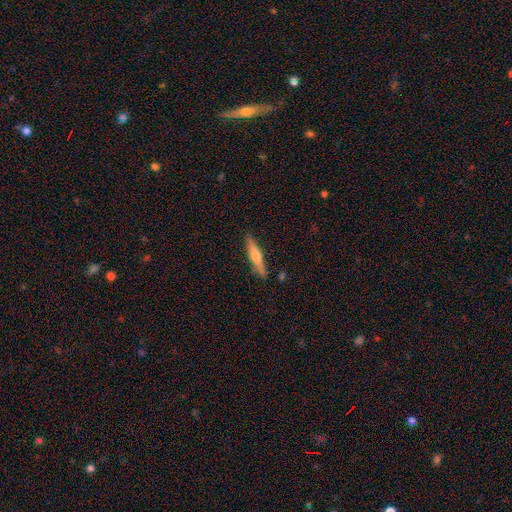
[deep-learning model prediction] Q: Smooth or featured?
A: featured or disk (53%); runner-up: smooth (41%)
Q: Edge-on disk?
A: yes (96%); runner-up: no (4%)
Q: Edge-on bulge?
A: rounded (89%); runner-up: none (6%)
Q: Merging?
A: none (88%); runner-up: minor disturbance (8%)